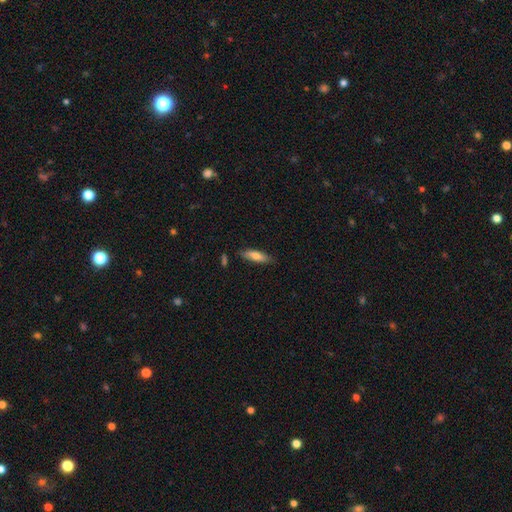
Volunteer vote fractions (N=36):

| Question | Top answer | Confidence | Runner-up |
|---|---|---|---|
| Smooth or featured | smooth | 89% | featured or disk (8%) |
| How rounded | in between | 59% | cigar-shaped (41%) |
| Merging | none | 74% | minor disturbance (17%) |